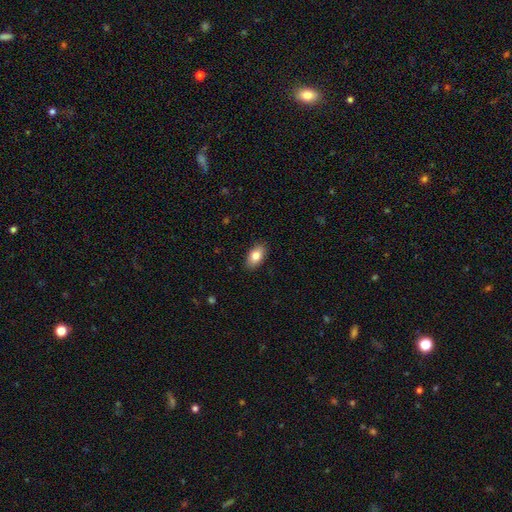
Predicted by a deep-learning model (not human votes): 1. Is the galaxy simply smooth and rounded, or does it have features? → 81% smooth, 11% featured or disk, 7% star or artifact.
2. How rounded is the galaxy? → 92% in between, 6% round, 2% cigar-shaped.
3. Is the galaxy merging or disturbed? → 88% none, 9% minor disturbance, 2% major disturbance, 1% merger.